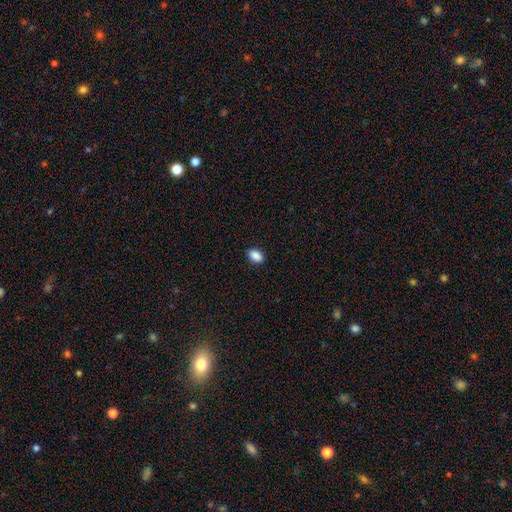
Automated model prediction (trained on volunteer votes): A smooth galaxy with no disk features (89%) that is in between round and cigar-shaped (86%). Merging: none (89%).